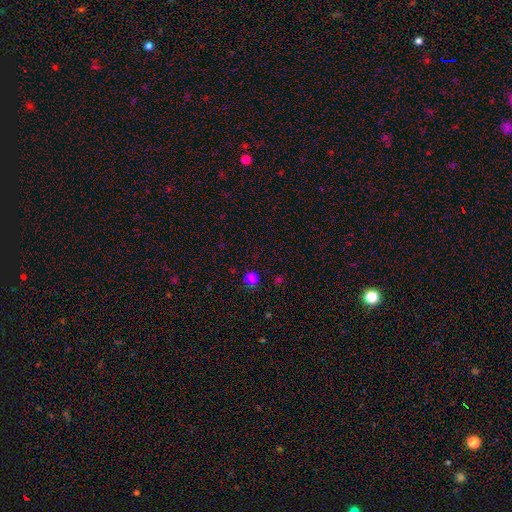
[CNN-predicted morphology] This appears to be a smooth galaxy with no disk features (75%) that is round (91%). Merging: none (91%).